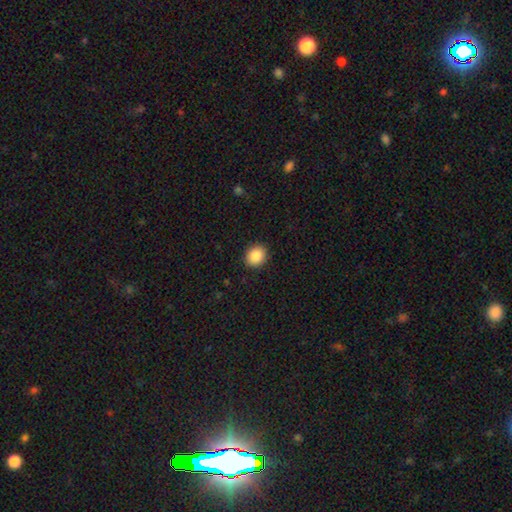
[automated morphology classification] A smooth galaxy with no disk features (88%) that is round (72%).

Vote fractions:
- Smooth or featured? smooth: 88% / star or artifact: 8% / featured or disk: 4%
- How rounded? round: 72% / in between: 27% / cigar-shaped: 1%
- Merging? none: 91% / minor disturbance: 7% / major disturbance: 2% / merger: 1%